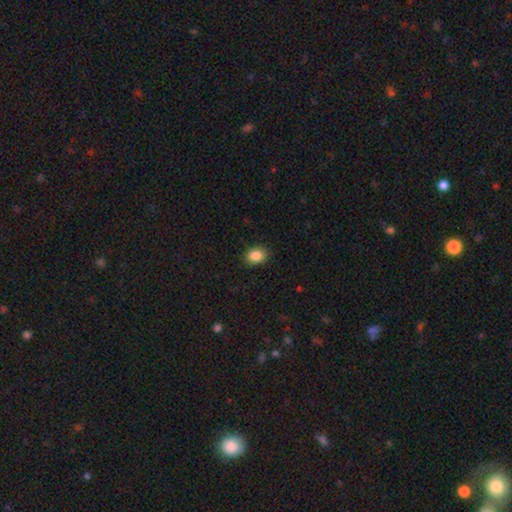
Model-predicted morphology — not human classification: Smooth or featured? smooth (87%)
How rounded? in between (62%)
Merging? none (89%)